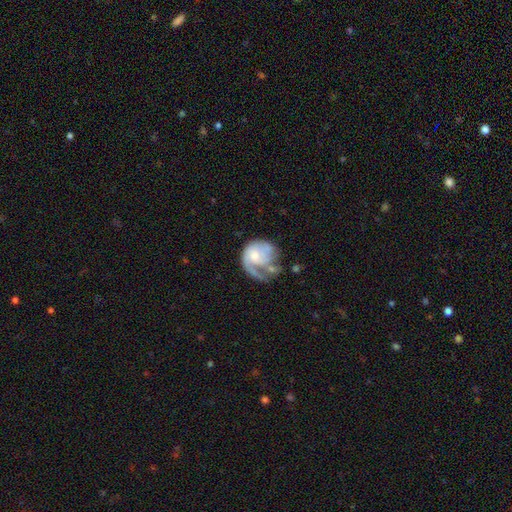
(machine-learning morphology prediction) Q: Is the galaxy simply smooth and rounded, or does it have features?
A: featured or disk — 71%.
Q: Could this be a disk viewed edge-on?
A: no — 98%.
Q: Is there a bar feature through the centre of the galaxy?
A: no — 73%.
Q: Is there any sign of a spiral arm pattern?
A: yes — 84%.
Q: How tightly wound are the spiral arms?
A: tight — 39%.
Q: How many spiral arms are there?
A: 1 — 67%.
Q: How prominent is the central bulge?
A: moderate — 48%.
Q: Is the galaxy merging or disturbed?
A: major disturbance — 38%.